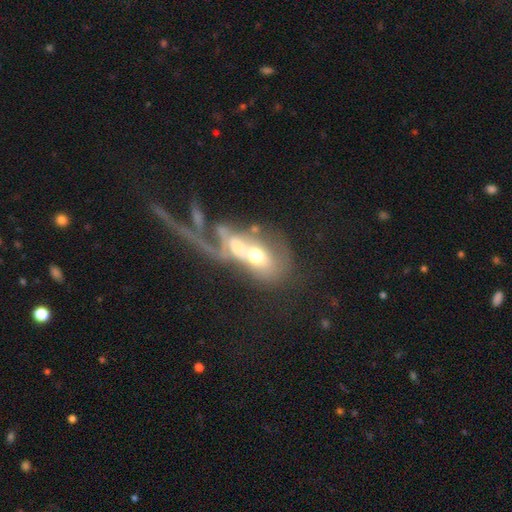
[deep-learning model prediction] Q: Smooth or featured?
A: featured or disk (45%); runner-up: smooth (43%)
Q: Merging?
A: merger (65%); runner-up: major disturbance (21%)